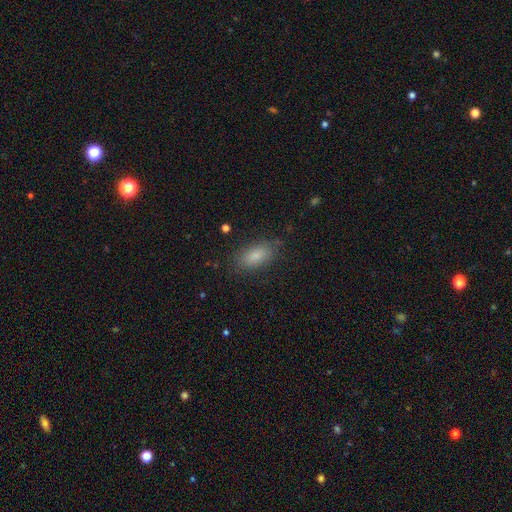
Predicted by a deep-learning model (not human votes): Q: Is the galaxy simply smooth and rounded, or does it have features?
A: smooth — 83%.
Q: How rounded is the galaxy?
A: in between — 88%.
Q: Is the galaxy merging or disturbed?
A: none — 82%.